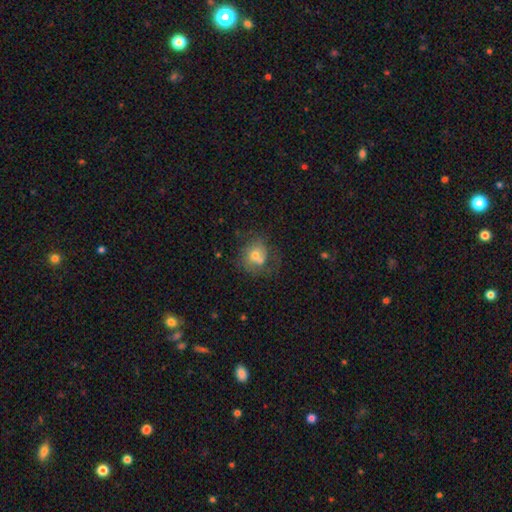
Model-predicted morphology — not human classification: The model was most divided on "merging": none: 39%, merger: 33%, minor disturbance: 16%, major disturbance: 11%. More confident: how rounded — round (73%); smooth or featured — smooth (58%).